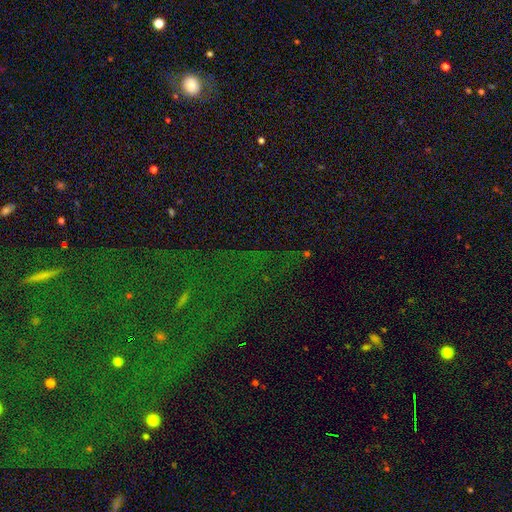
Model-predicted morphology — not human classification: Q: Smooth or featured?
A: star or artifact (79%); runner-up: smooth (11%)